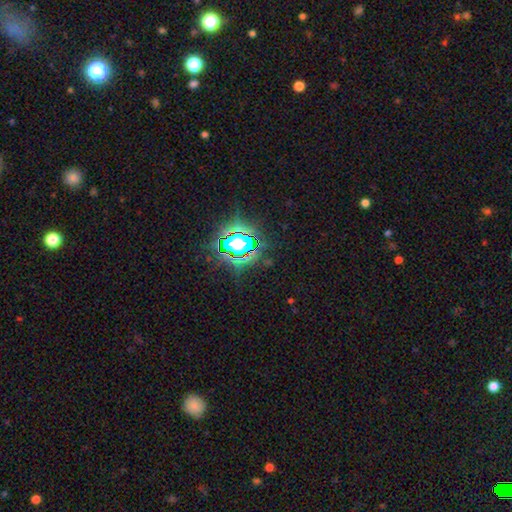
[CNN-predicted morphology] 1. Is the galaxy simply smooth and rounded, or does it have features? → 80% star or artifact, 12% smooth, 8% featured or disk.